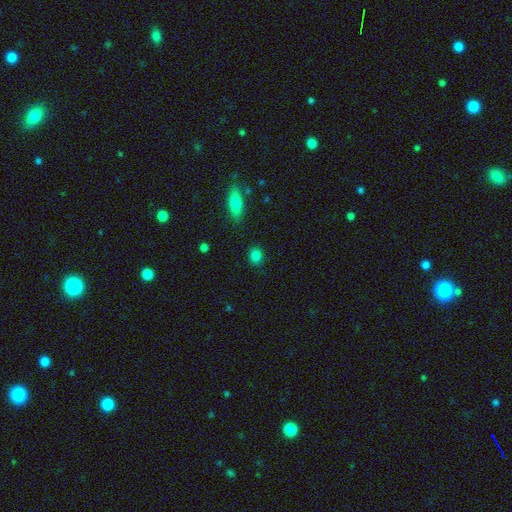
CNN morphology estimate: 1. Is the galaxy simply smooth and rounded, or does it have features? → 84% smooth, 11% star or artifact, 5% featured or disk.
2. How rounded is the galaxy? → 63% round, 35% in between, 2% cigar-shaped.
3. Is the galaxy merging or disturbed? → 87% none, 9% minor disturbance, 2% major disturbance, 2% merger.